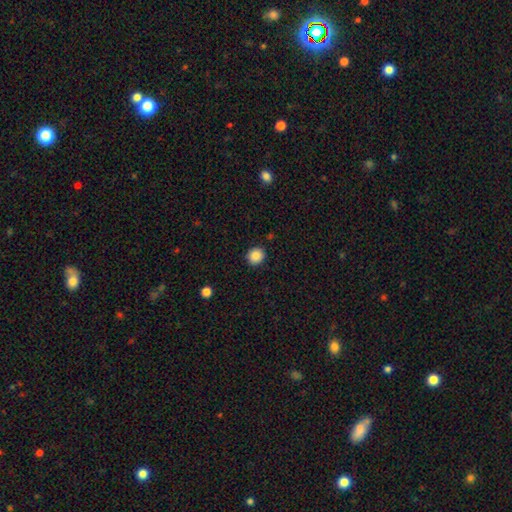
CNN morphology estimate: A smooth galaxy with no disk features (87%) that is round (86%).

Vote fractions:
- Smooth or featured? smooth: 87% / star or artifact: 10% / featured or disk: 4%
- How rounded? round: 86% / in between: 13% / cigar-shaped: 1%
- Merging? none: 91% / minor disturbance: 6% / major disturbance: 2% / merger: 1%